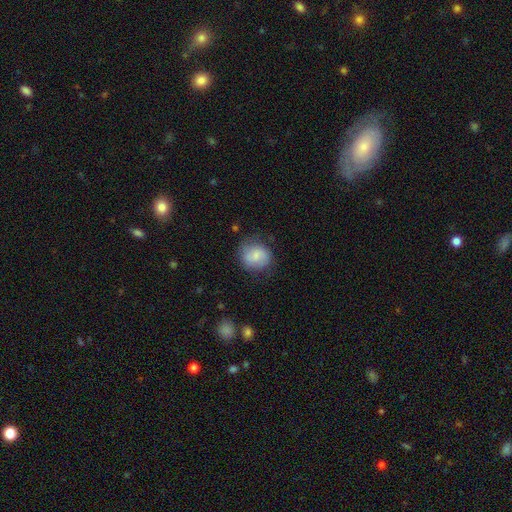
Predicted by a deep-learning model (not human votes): smooth_or_featured: smooth (p=0.72) [alt: featured or disk p=0.20]
how_rounded: round (p=0.78) [alt: in between p=0.21]
merging: none (p=0.69) [alt: minor disturbance p=0.22]